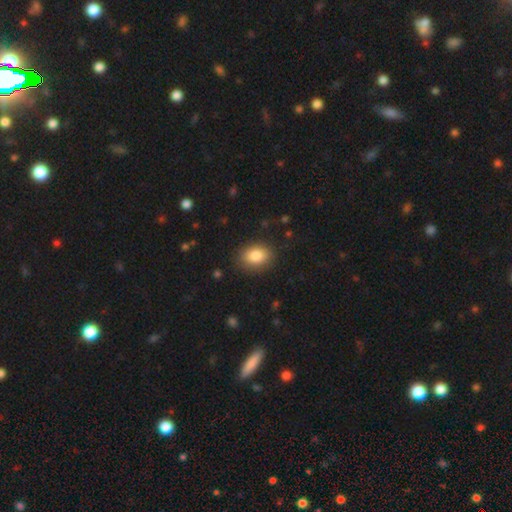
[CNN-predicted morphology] type=smooth (86%); roundness=in between (73%); merging=none (86%).